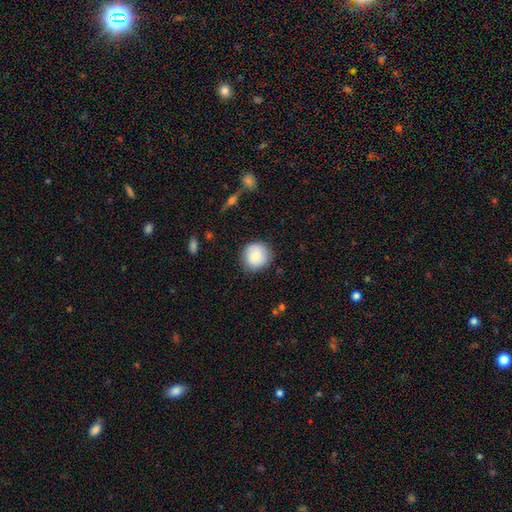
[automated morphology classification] type=smooth (74%); roundness=round (91%); merging=none (83%).